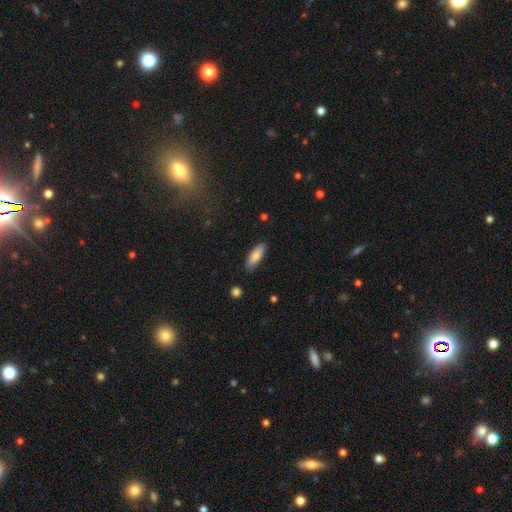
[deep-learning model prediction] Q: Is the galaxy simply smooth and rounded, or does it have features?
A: smooth — 83%.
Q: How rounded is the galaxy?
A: in between — 59%.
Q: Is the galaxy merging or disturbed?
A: none — 86%.